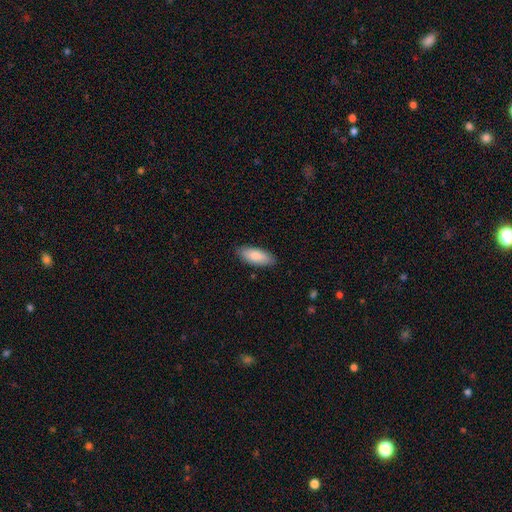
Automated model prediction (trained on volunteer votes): smooth 85%, featured or disk 9%, star or artifact 6%. Down the decision tree: how rounded — in between (80%); merging — none (87%).